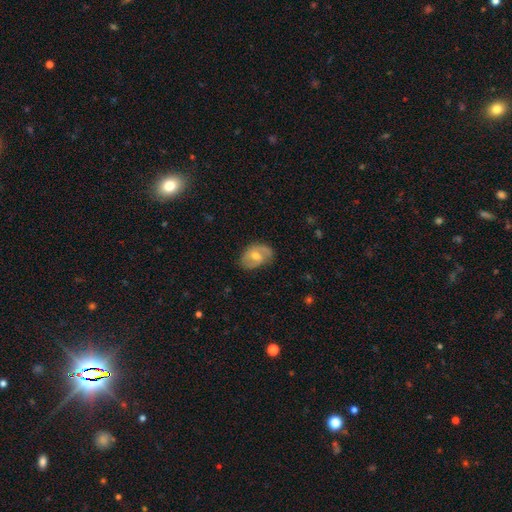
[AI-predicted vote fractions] Smooth or featured?
  - featured or disk: 55% *
  - smooth: 38%
  - star or artifact: 8%
Edge-on disk?
  - no: 95% *
  - yes: 5%
Bar?
  - no: 49% *
  - weak: 41%
  - strong: 11%
Spiral arms?
  - yes: 70% *
  - no: 30%
Bulge size?
  - moderate: 69% *
  - small: 22%
  - large: 6%
  - none: 2%
  - dominant: 1%
Merging?
  - none: 67% *
  - minor disturbance: 24%
  - major disturbance: 8%
  - merger: 1%